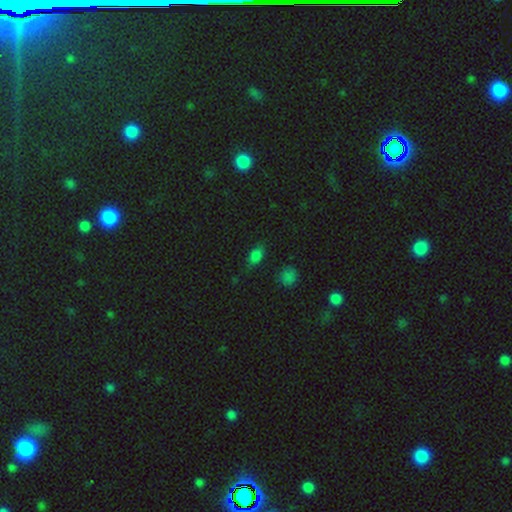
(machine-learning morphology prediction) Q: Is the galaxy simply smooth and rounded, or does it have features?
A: smooth — 75%.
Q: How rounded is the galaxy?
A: in between — 84%.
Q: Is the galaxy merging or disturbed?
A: none — 74%.